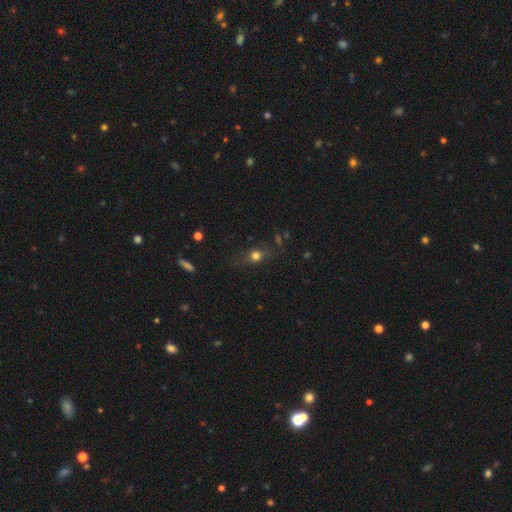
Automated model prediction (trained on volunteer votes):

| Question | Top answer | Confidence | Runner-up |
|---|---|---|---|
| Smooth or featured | smooth | 65% | featured or disk (18%) |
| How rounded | round | 47% | in between (42%) |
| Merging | none | 73% | minor disturbance (17%) |